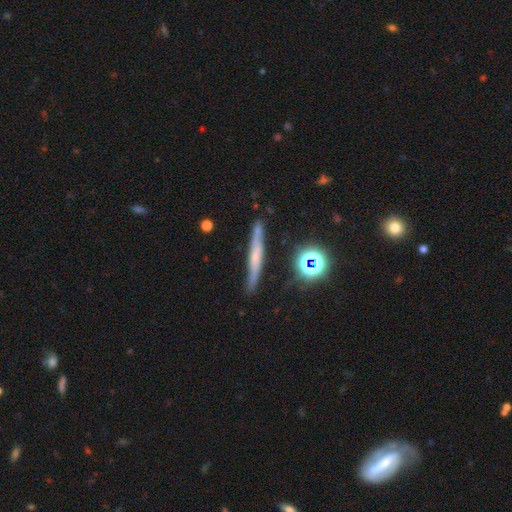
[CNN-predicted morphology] This is possibly a featured or disk galaxy (46%). Merging: likely none (80%).